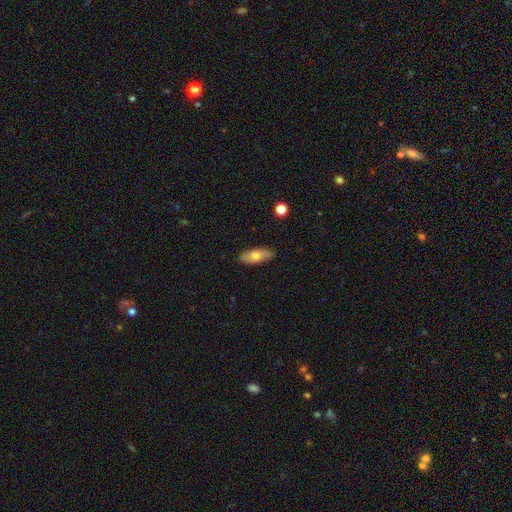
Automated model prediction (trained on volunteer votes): smooth-or-featured: smooth: 69% | featured or disk: 24% | star or artifact: 7%
  how-rounded: in between: 71% | cigar-shaped: 26% | round: 3%
  merging: none: 87% | minor disturbance: 10% | major disturbance: 2% | merger: 1%